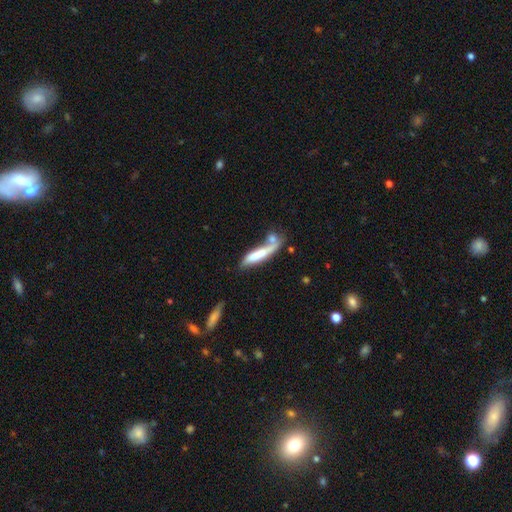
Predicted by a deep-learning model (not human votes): Morphology: type=smooth (58%); roundness=cigar-shaped (79%); merging=merger (38%).